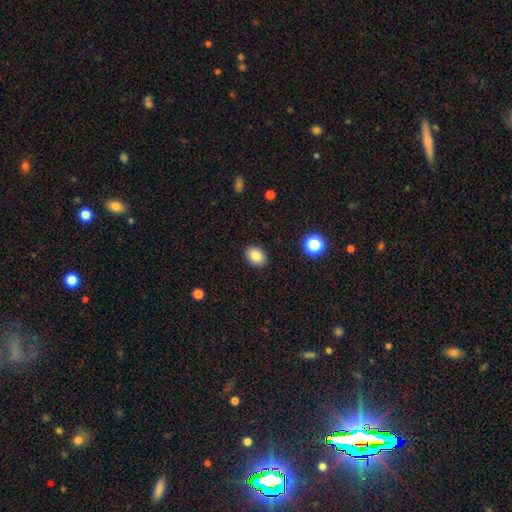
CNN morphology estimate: type=smooth (85%); roundness=in between (71%); merging=none (89%).